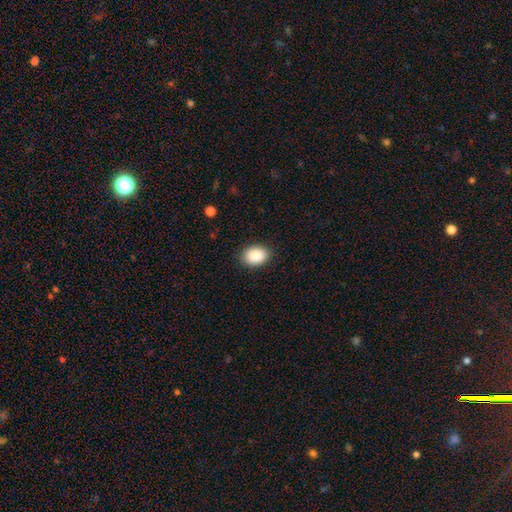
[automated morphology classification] A smooth galaxy with no disk features (89%) that is in between round and cigar-shaped (73%).

Vote fractions:
- Smooth or featured? smooth: 89% / star or artifact: 7% / featured or disk: 4%
- How rounded? in between: 73% / round: 27% / cigar-shaped: 1%
- Merging? none: 87% / minor disturbance: 10% / major disturbance: 2% / merger: 1%